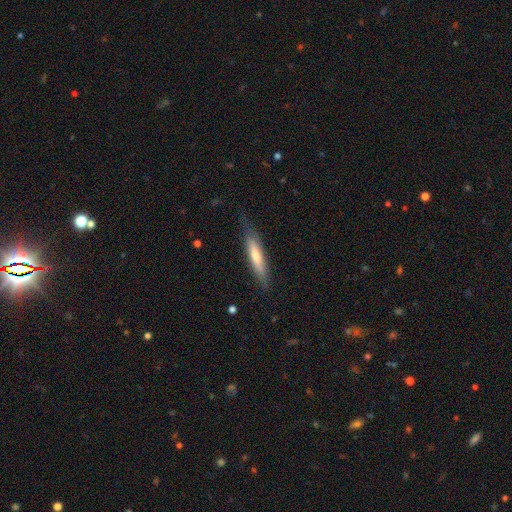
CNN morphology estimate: Smooth or featured? Predicted: smooth (p=0.54). How rounded? Predicted: cigar-shaped (p=0.88). Merging? Predicted: none (p=0.76).